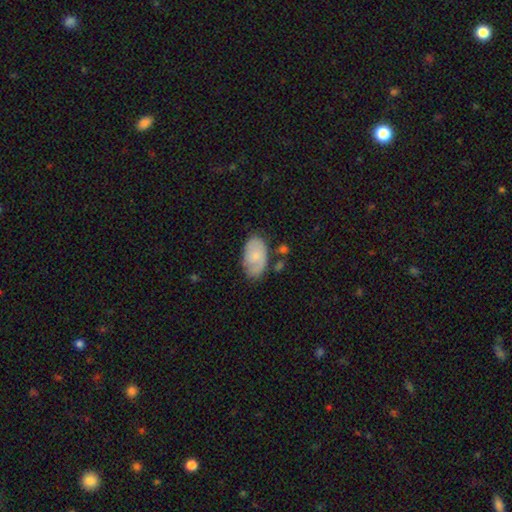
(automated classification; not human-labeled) The model was most divided on "smooth or featured": smooth: 61%, featured or disk: 33%, star or artifact: 7%. More confident: how rounded — in between (92%); merging — none (63%).